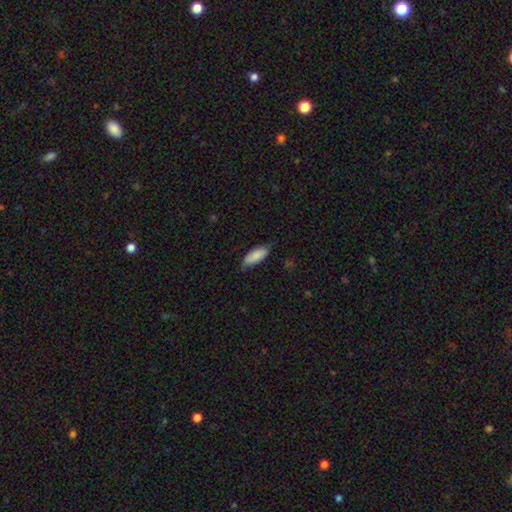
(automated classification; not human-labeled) Smooth or featured?
  - smooth: 84% *
  - featured or disk: 10%
  - star or artifact: 6%
How rounded?
  - in between: 78% *
  - cigar-shaped: 20%
  - round: 2%
Merging?
  - none: 70% *
  - minor disturbance: 25%
  - major disturbance: 4%
  - merger: 1%